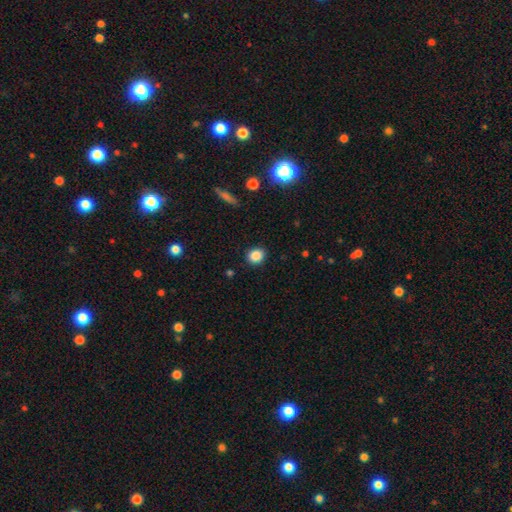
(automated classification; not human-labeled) This appears to be a smooth galaxy with no disk features (87%) that is round (68%). Merging: none (89%).